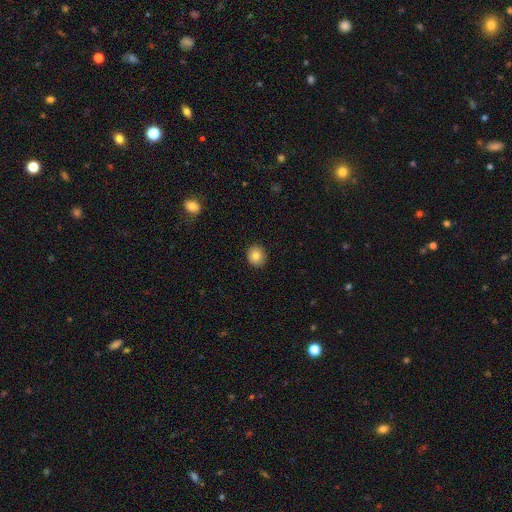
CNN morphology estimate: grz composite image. It shows a smooth galaxy with no disk features (83%) that is round (83%). Merging: none (90%).